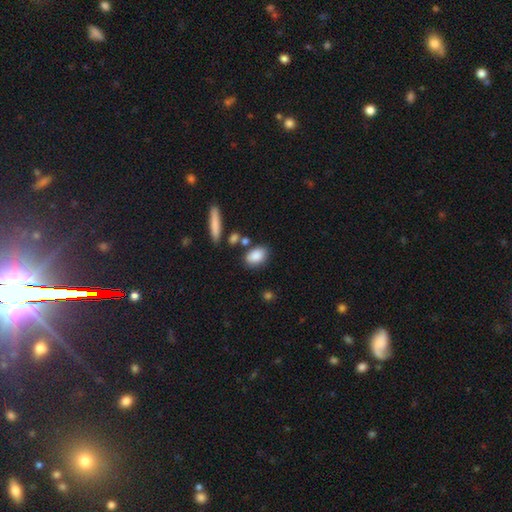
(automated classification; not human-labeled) This is clearly a smooth galaxy (86%). How rounded: clearly in between (85%). Merging: likely none (72%).